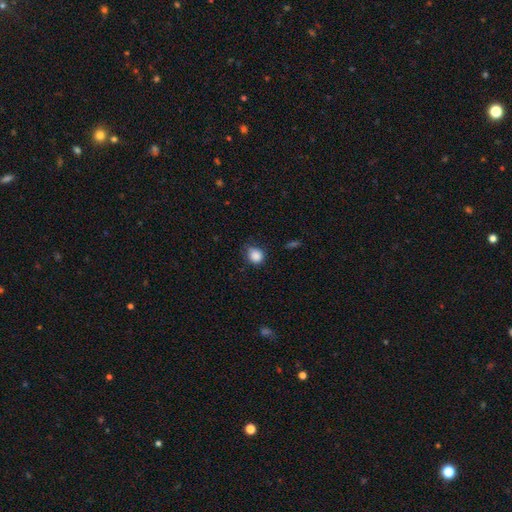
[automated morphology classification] type=smooth (87%); roundness=round (76%); merging=none (67%).